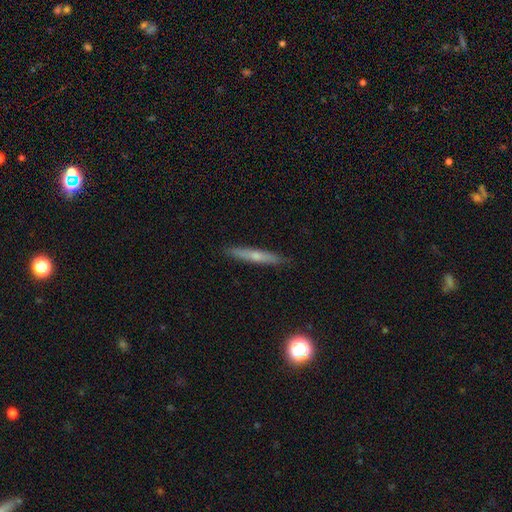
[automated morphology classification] Smooth or featured?
  - smooth: 50% *
  - featured or disk: 42%
  - star or artifact: 7%
How rounded?
  - cigar-shaped: 93% *
  - in between: 6%
  - round: 2%
Merging?
  - none: 90% *
  - minor disturbance: 8%
  - major disturbance: 2%
  - merger: 1%